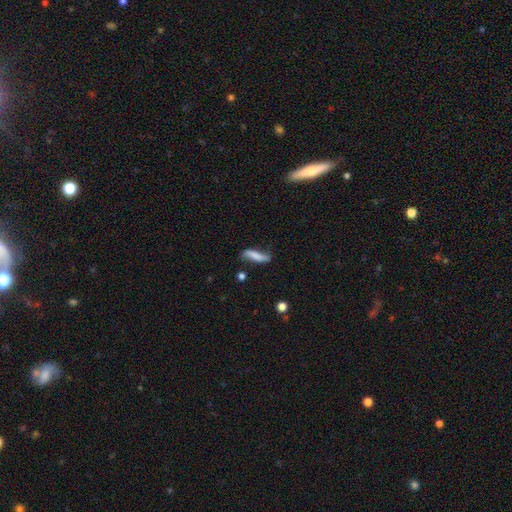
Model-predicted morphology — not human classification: A smooth galaxy with no disk features (59%) that is cigar-shaped (68%).

Vote fractions:
- Smooth or featured? smooth: 59% / featured or disk: 32% / star or artifact: 8%
- How rounded? cigar-shaped: 68% / in between: 29% / round: 3%
- Merging? none: 57% / minor disturbance: 28% / major disturbance: 10% / merger: 5%